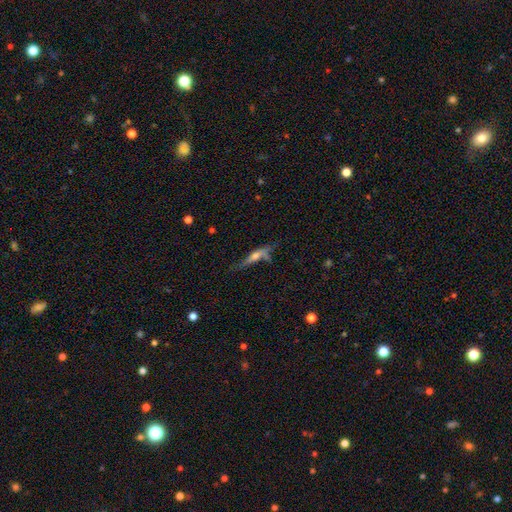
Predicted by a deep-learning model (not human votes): This appears to be a featured or disk galaxy (58%) viewed edge-on (79%). Merging: none (47%).